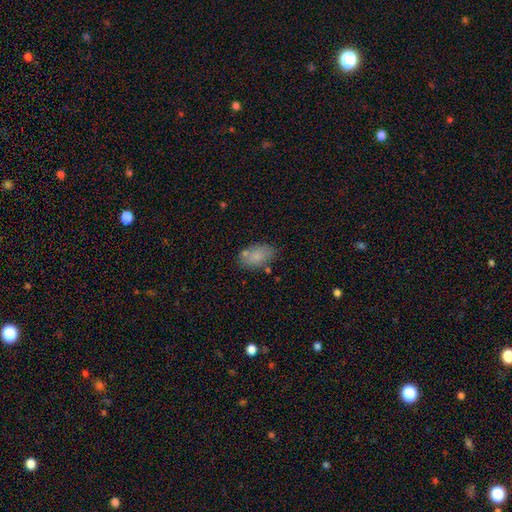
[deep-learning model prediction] Smooth or featured? smooth (79%)
How rounded? in between (91%)
Merging? none (70%)